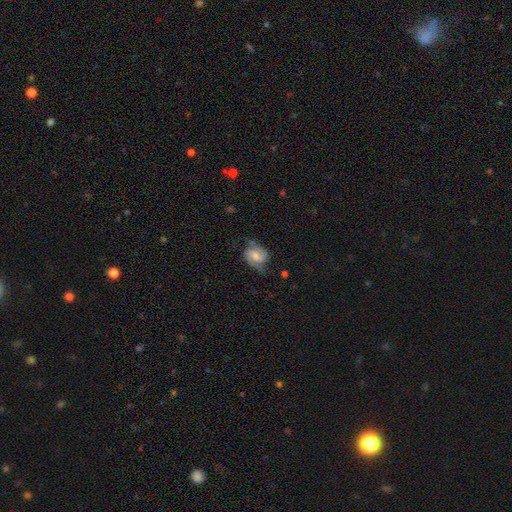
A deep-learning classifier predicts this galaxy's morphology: featured or disk 64%, smooth 28%, star or artifact 8%. Down the decision tree: edge-on disk — no (97%); bar — weak (49%); spiral arms — yes (92%); spiral arm count — 2 (86%); spiral winding — medium (47%); bulge size — moderate (45%); merging — none (62%).